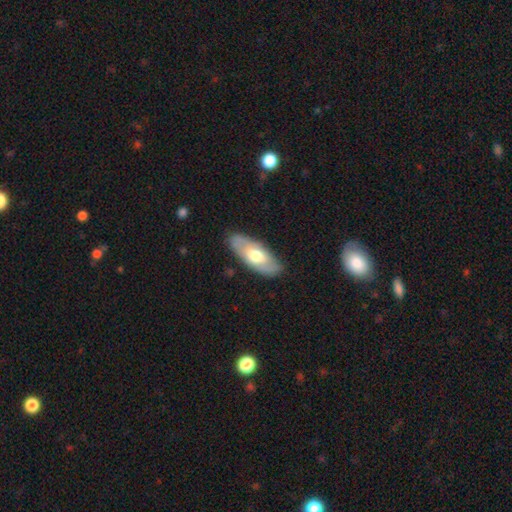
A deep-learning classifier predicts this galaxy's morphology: A smooth galaxy with no disk features (55%) that is in between round and cigar-shaped (84%).

Vote fractions:
- Smooth or featured? smooth: 55% / featured or disk: 40% / star or artifact: 5%
- How rounded? in between: 84% / cigar-shaped: 14% / round: 2%
- Merging? none: 85% / minor disturbance: 12% / major disturbance: 3% / merger: 1%